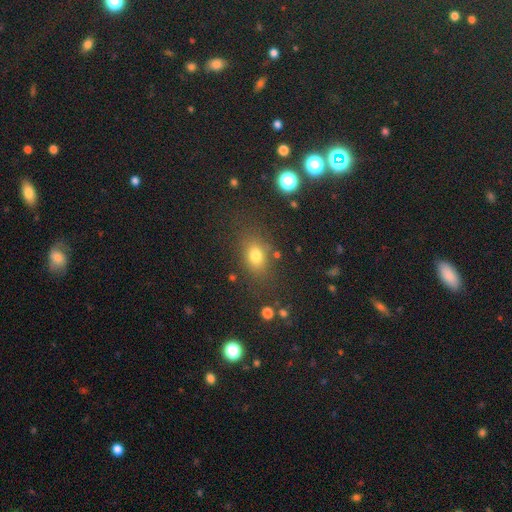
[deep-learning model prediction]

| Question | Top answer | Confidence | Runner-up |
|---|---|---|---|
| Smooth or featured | smooth | 74% | star or artifact (16%) |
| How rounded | in between | 67% | round (30%) |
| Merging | none | 76% | minor disturbance (13%) |